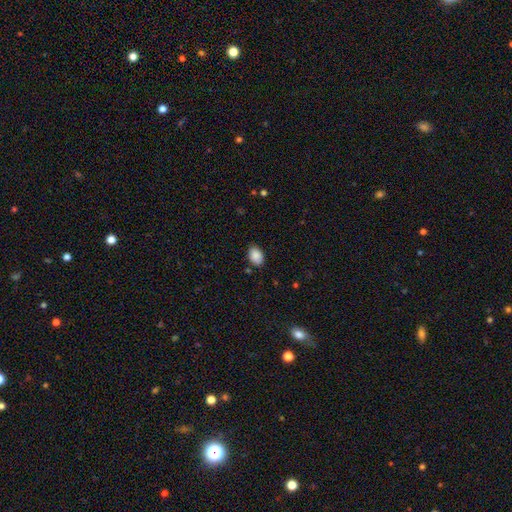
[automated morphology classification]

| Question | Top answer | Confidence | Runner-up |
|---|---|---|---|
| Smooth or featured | smooth | 88% | star or artifact (7%) |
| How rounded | in between | 86% | round (13%) |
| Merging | none | 84% | minor disturbance (12%) |